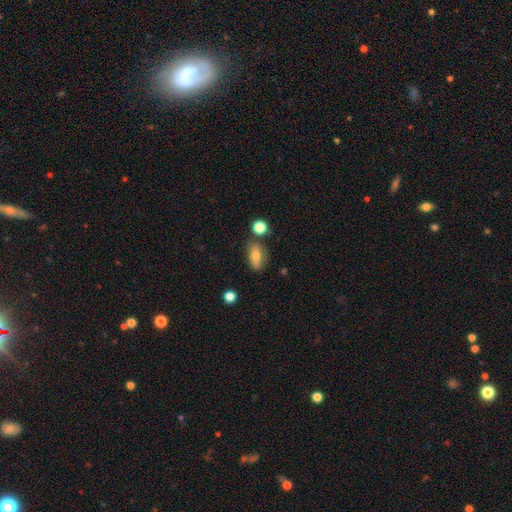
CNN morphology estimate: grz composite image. It shows a smooth galaxy with no disk features (68%) that is in between round and cigar-shaped (80%). Merging: none (69%).